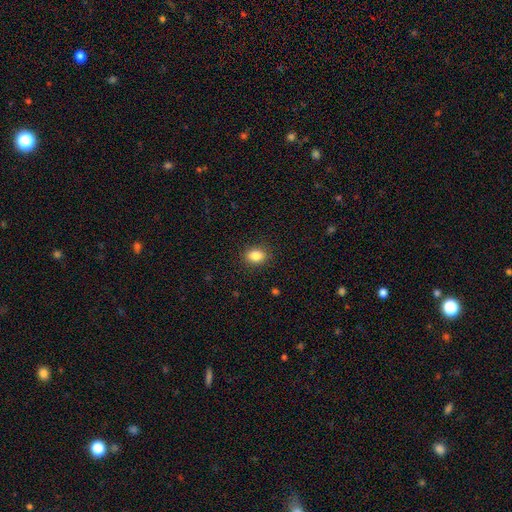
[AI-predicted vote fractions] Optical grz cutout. It shows a smooth galaxy with no disk features (86%) that is in between round and cigar-shaped (64%). Merging: none (89%).